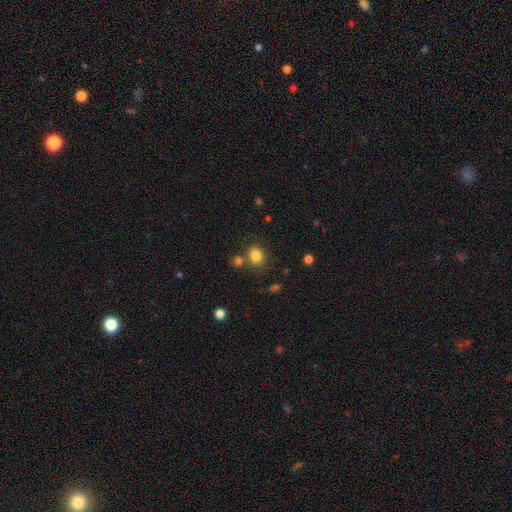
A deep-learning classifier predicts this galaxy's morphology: type=smooth (83%); roundness=round (74%); merging=none (73%).